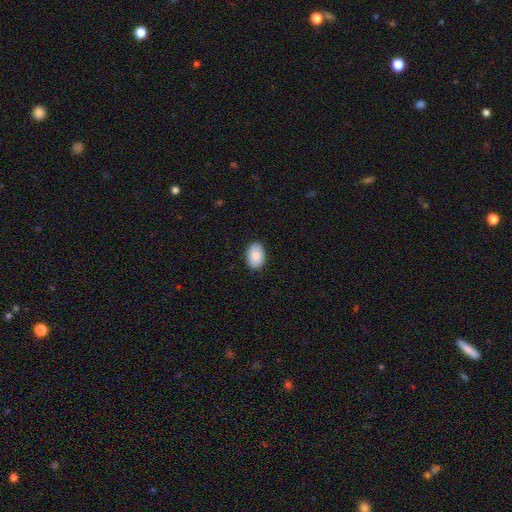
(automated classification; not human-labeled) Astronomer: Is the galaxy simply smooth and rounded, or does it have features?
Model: smooth — 79%.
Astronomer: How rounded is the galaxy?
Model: in between — 83%.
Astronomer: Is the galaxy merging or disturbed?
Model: none — 88%.